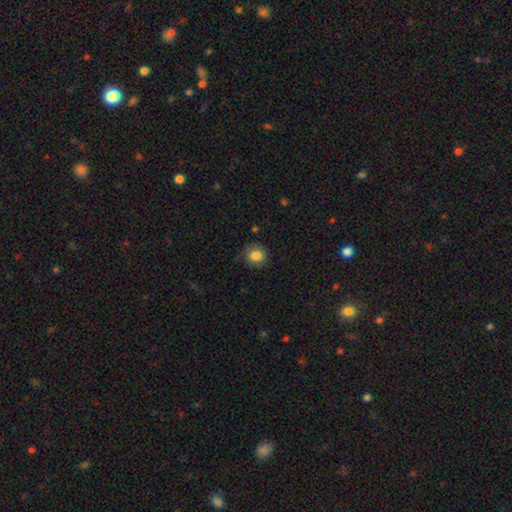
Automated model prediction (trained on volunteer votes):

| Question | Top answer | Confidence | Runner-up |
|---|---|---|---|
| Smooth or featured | smooth | 84% | star or artifact (9%) |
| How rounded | round | 88% | in between (12%) |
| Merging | none | 81% | minor disturbance (15%) |